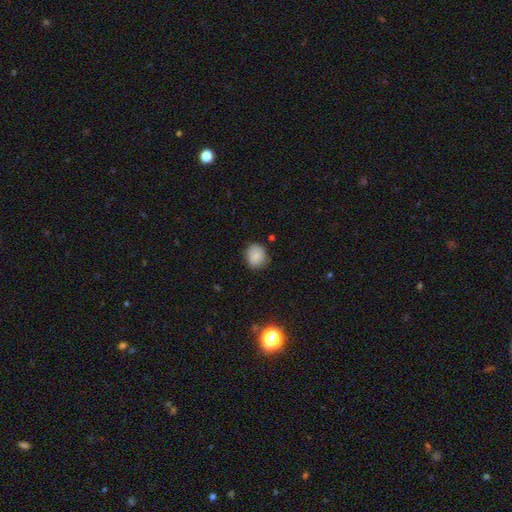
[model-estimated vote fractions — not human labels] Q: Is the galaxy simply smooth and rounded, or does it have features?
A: smooth — 86%.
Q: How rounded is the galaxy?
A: round — 72%.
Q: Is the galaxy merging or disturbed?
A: none — 79%.